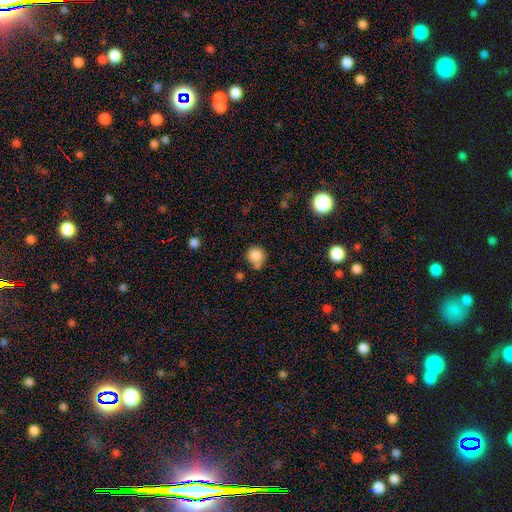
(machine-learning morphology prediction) The model was most divided on "merging": none: 61%, minor disturbance: 20%, merger: 13%, major disturbance: 5%. More confident: how rounded — round (89%); smooth or featured — smooth (84%).